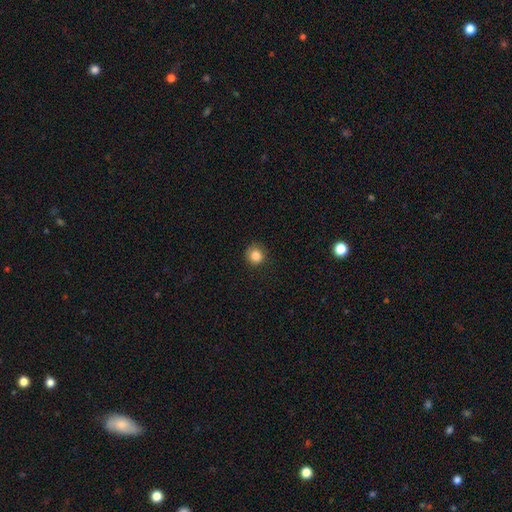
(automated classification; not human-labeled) Smooth or featured: smooth — 85% (star or artifact — 11%)
How rounded: round — 90% (in between — 9%)
Merging: none — 83% (minor disturbance — 12%)